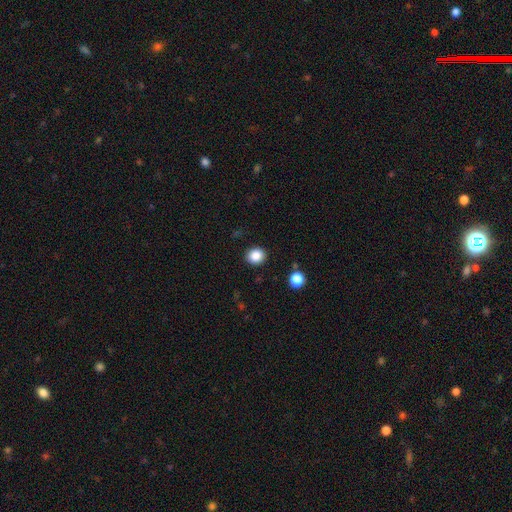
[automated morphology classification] Q: Smooth or featured?
A: smooth (87%); runner-up: star or artifact (10%)
Q: How rounded?
A: round (81%); runner-up: in between (18%)
Q: Merging?
A: none (90%); runner-up: minor disturbance (6%)